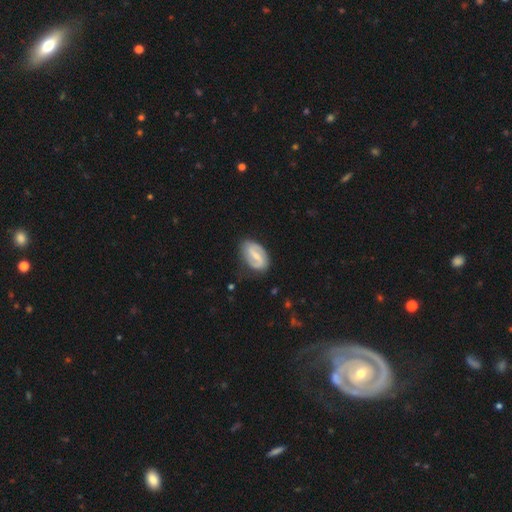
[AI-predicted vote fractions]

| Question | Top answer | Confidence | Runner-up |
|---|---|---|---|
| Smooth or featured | featured or disk | 74% | smooth (21%) |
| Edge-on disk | no | 97% | yes (3%) |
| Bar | weak | 44% | strong (41%) |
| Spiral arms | yes | 86% | no (14%) |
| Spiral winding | medium | 39% | loose (37%) |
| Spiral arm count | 2 | 85% | can't tell (7%) |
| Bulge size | small | 56% | moderate (34%) |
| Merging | none | 77% | minor disturbance (17%) |